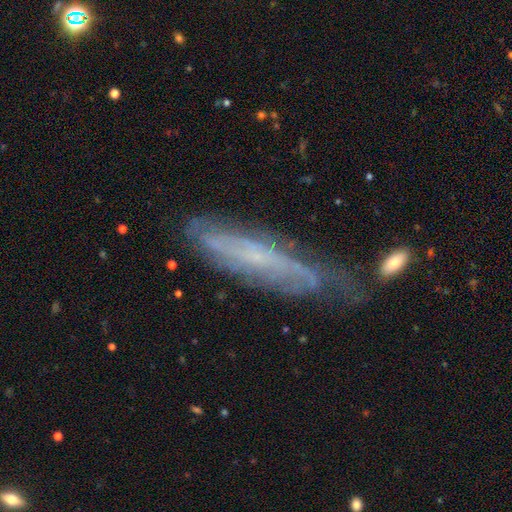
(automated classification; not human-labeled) Q: Smooth or featured?
A: featured or disk (66%); runner-up: smooth (24%)
Q: Edge-on disk?
A: no (59%); runner-up: yes (41%)
Q: Merging?
A: none (59%); runner-up: minor disturbance (24%)